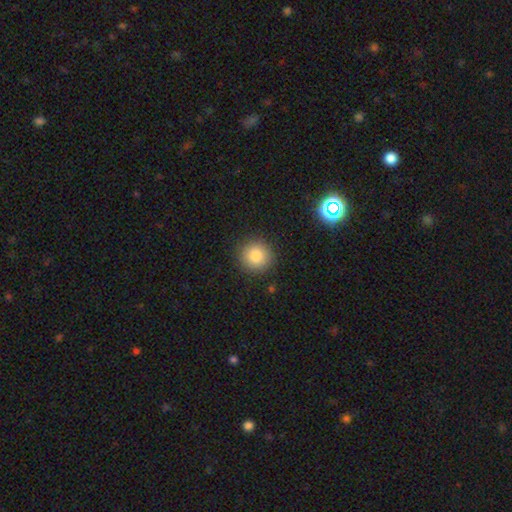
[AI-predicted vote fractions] A smooth galaxy with no disk features (84%) that is round (93%). Merging: none (90%).